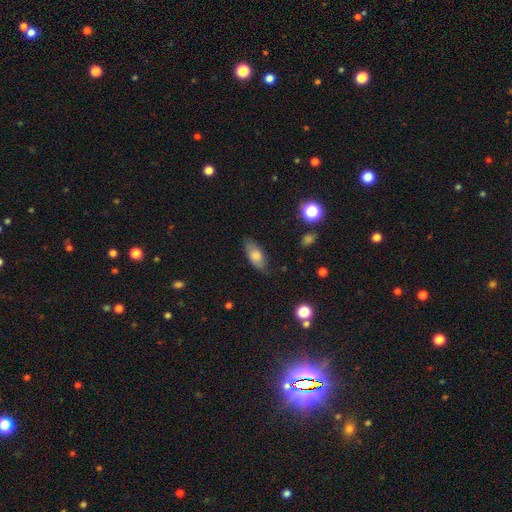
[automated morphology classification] smooth-or-featured: smooth: 74% | featured or disk: 19% | star or artifact: 7%
  how-rounded: in between: 84% | cigar-shaped: 13% | round: 3%
  merging: none: 75% | minor disturbance: 20% | major disturbance: 4% | merger: 1%